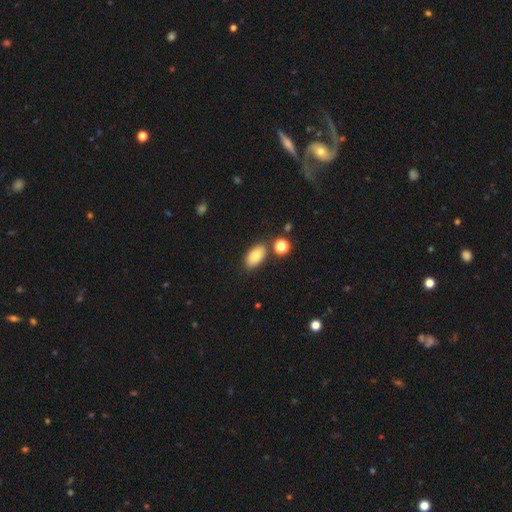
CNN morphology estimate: Overall: smooth (84%). How rounded: in between (93%). Merging: none (79%).